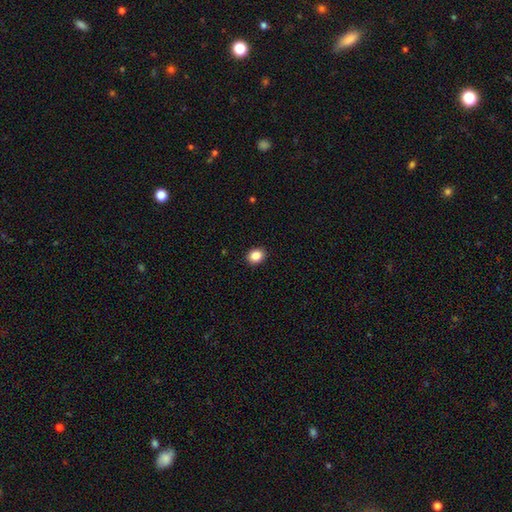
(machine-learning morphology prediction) Smooth or featured? Predicted: smooth (p=0.87). How rounded? Predicted: round (p=0.54). Merging? Predicted: none (p=0.92).